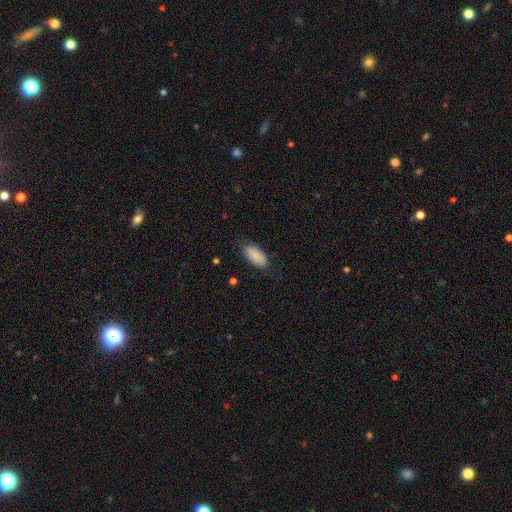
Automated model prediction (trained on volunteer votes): smooth-or-featured: smooth: 89% | star or artifact: 7% | featured or disk: 5%
  how-rounded: in between: 90% | cigar-shaped: 7% | round: 2%
  merging: none: 84% | minor disturbance: 12% | major disturbance: 3% | merger: 1%